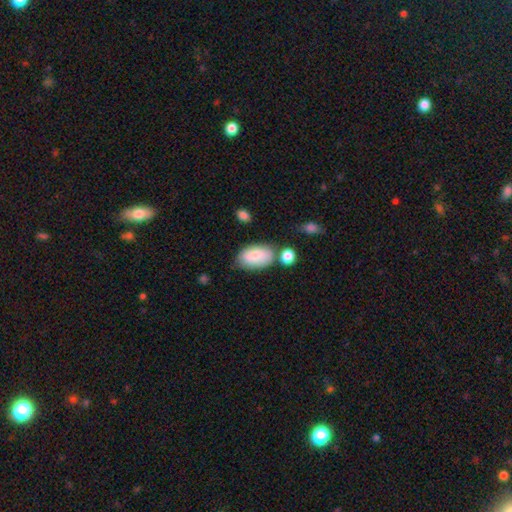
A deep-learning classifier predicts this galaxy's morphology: Smooth or featured?
  - smooth: 80% *
  - featured or disk: 13%
  - star or artifact: 7%
How rounded?
  - in between: 94% *
  - round: 5%
  - cigar-shaped: 2%
Merging?
  - none: 63% *
  - minor disturbance: 21%
  - merger: 11%
  - major disturbance: 5%